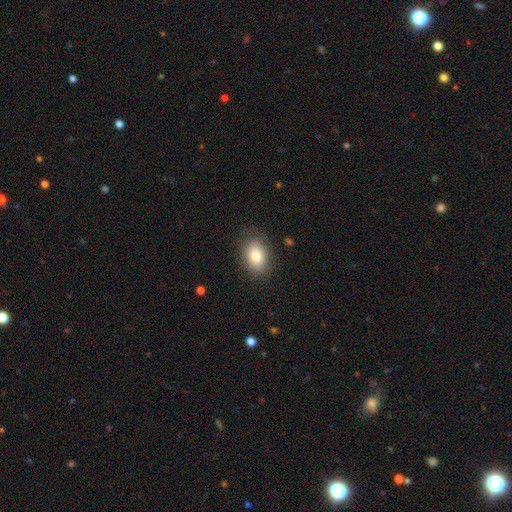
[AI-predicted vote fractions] Smooth or featured?
  - smooth: 84% *
  - featured or disk: 8%
  - star or artifact: 8%
How rounded?
  - in between: 86% *
  - round: 13%
  - cigar-shaped: 1%
Merging?
  - none: 83% *
  - minor disturbance: 12%
  - major disturbance: 4%
  - merger: 1%